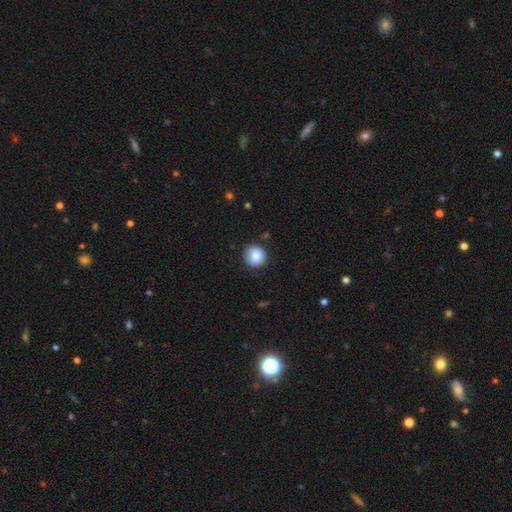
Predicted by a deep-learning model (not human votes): A smooth galaxy with no disk features (85%) that is round (93%). Merging: none (85%).